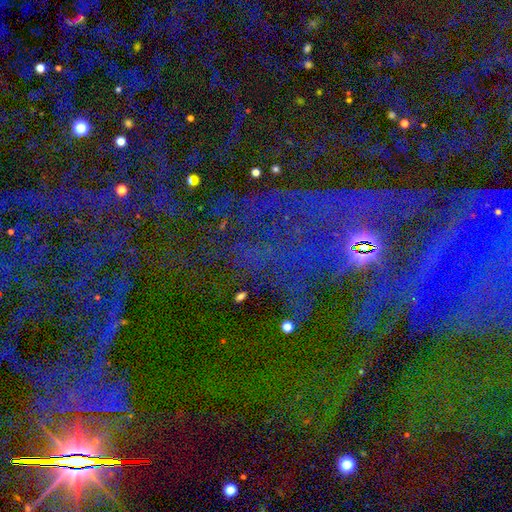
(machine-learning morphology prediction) This appears to be a star or artifact, not a galaxy (82%).